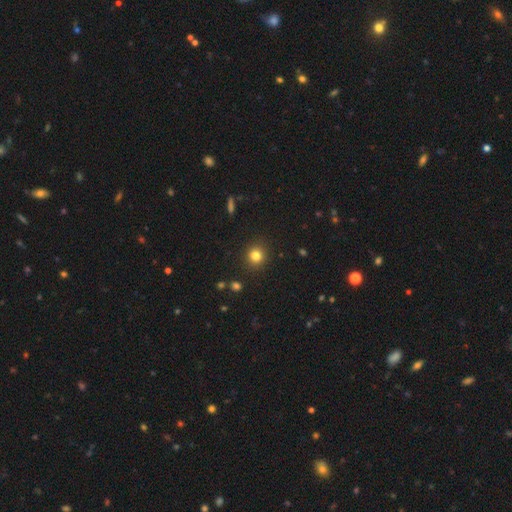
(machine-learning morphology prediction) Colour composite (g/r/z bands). It shows a smooth galaxy with no disk features (81%) that is round (90%). Merging: none (91%).